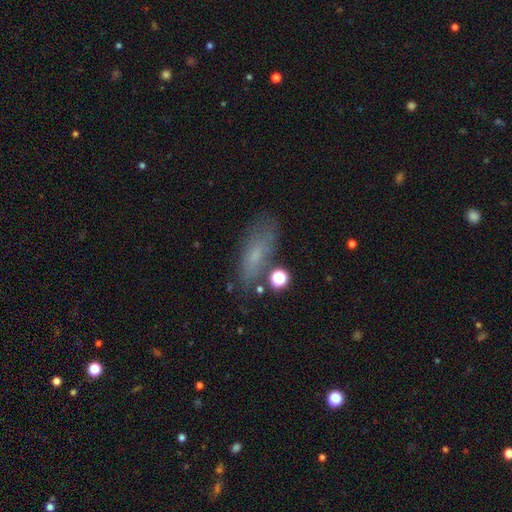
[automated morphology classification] This appears to be a smooth galaxy with no disk features (64%) that is in between round and cigar-shaped (66%). Merging: none (69%).